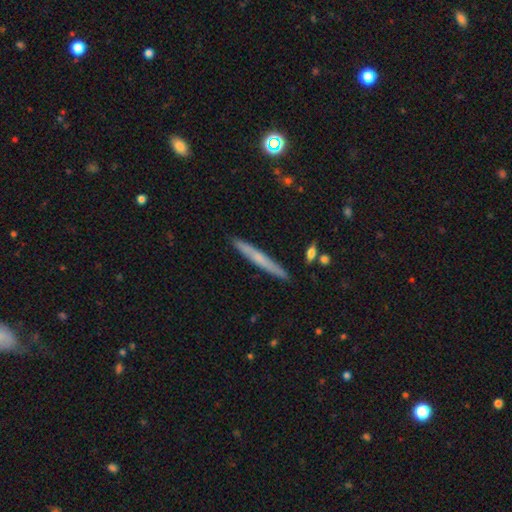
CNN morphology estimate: type=smooth (49%); merging=none (90%).